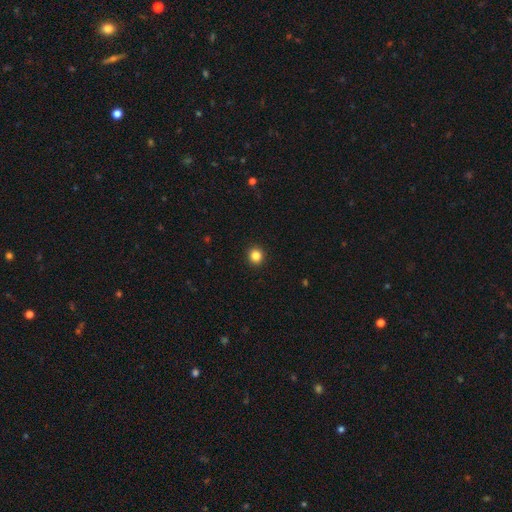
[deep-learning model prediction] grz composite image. It shows a smooth galaxy with no disk features (85%) that is round (93%). Merging: none (94%).